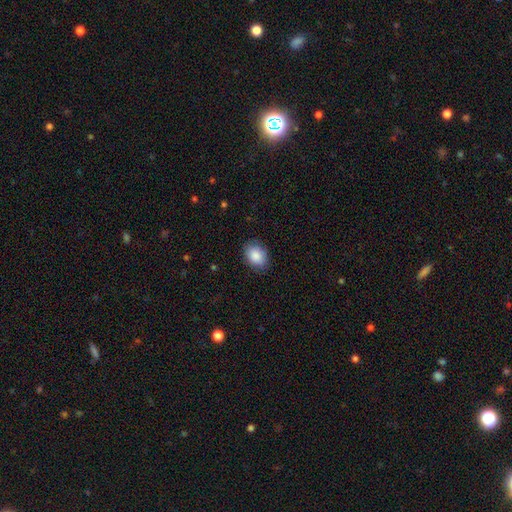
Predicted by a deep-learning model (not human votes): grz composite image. It shows a smooth galaxy with no disk features (87%) that is in between round and cigar-shaped (72%). Merging: none (83%).